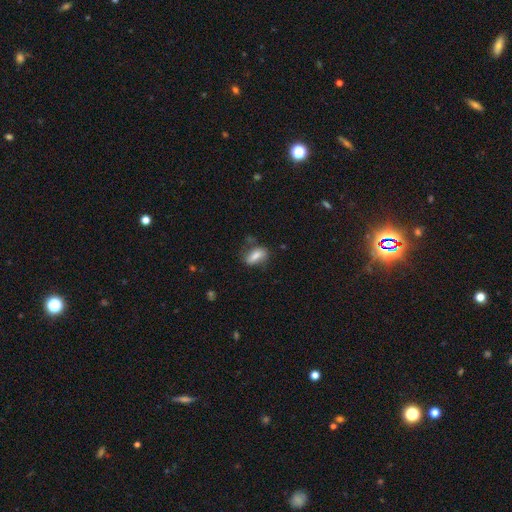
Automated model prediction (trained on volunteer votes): Smooth or featured? Predicted: smooth (p=0.72). How rounded? Predicted: in between (p=0.80). Merging? Predicted: none (p=0.61).